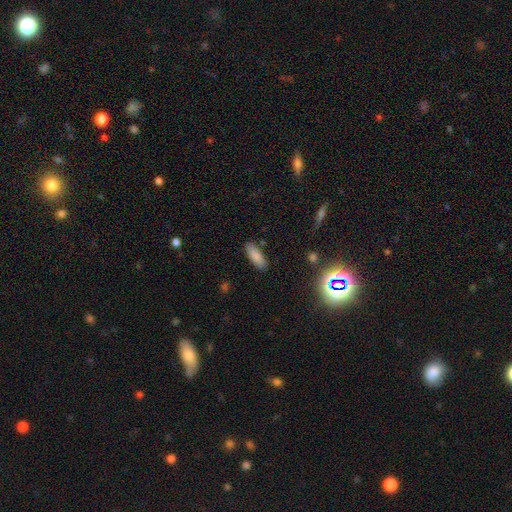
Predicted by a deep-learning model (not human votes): Smooth or featured?
  - smooth: 84% *
  - star or artifact: 8%
  - featured or disk: 8%
How rounded?
  - in between: 70% *
  - cigar-shaped: 28%
  - round: 2%
Merging?
  - none: 85% *
  - minor disturbance: 11%
  - major disturbance: 2%
  - merger: 2%